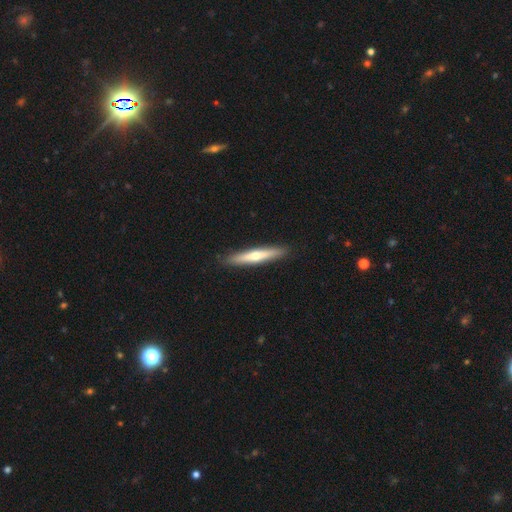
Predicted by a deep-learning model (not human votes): Smooth or featured?
  - featured or disk: 52% *
  - smooth: 43%
  - star or artifact: 5%
Edge-on disk?
  - yes: 94% *
  - no: 6%
Merging?
  - none: 91% *
  - minor disturbance: 6%
  - major disturbance: 1%
  - merger: 1%